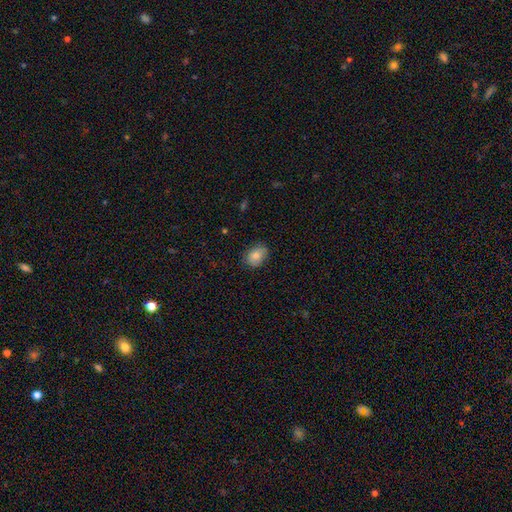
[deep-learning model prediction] Overall: smooth (84%). How rounded: in between (77%). Merging: none (81%).